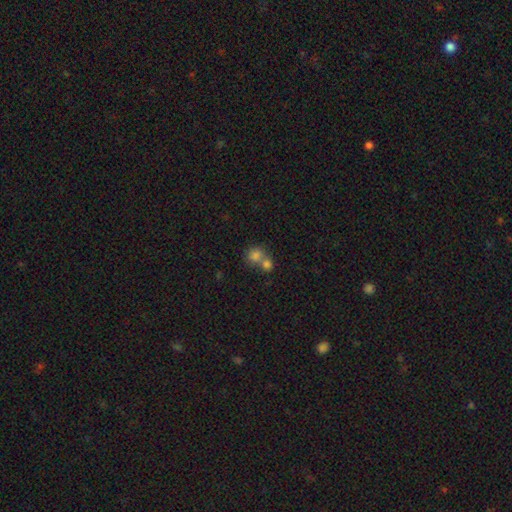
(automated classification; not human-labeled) Overall: smooth (79%). How rounded: round (78%). Merging: merger (55%; none 35%).